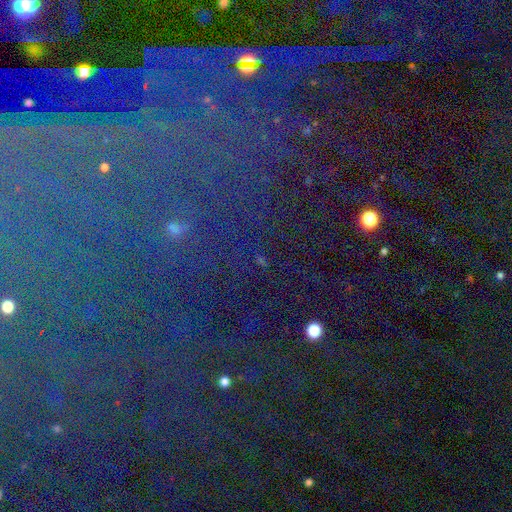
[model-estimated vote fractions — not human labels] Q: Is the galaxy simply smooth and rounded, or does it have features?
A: star or artifact — 80%.